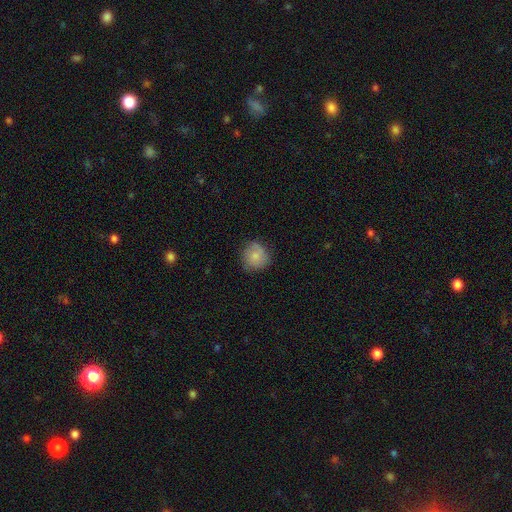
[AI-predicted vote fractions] Smooth or featured? Predicted: smooth (p=0.77). How rounded? Predicted: round (p=0.88). Merging? Predicted: none (p=0.72).